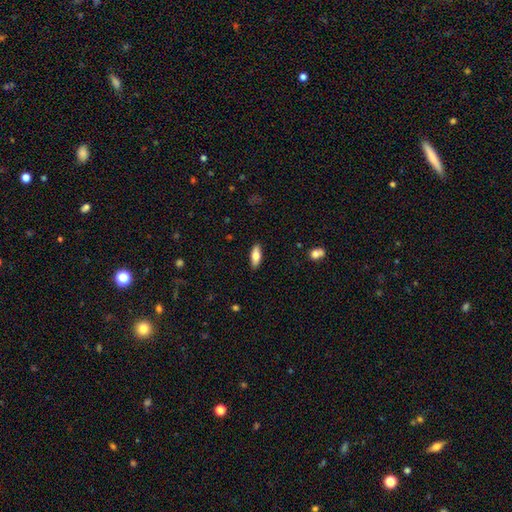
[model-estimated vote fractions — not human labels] Q: Smooth or featured?
A: smooth (72%); runner-up: featured or disk (21%)
Q: How rounded?
A: in between (67%); runner-up: cigar-shaped (31%)
Q: Merging?
A: none (89%); runner-up: minor disturbance (8%)